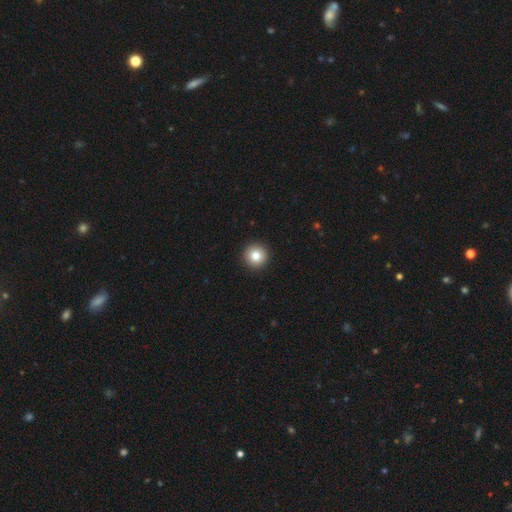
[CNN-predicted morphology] smooth-or-featured: smooth: 82% | star or artifact: 10% | featured or disk: 8%
  how-rounded: round: 96% | in between: 3% | cigar-shaped: 1%
  merging: none: 94% | minor disturbance: 4% | major disturbance: 1% | merger: 1%